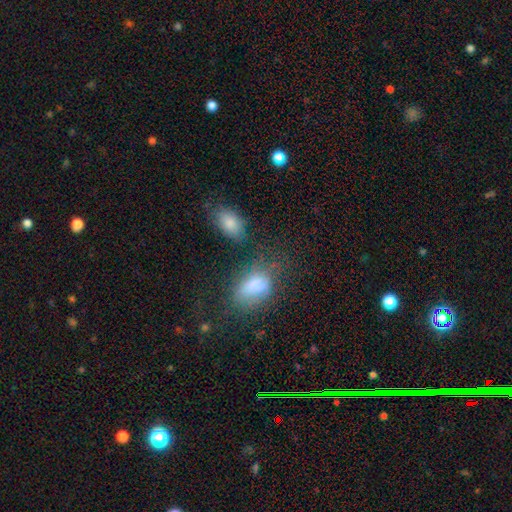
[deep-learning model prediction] This appears to be a smooth galaxy with no disk features (64%) that is in between round and cigar-shaped (85%). Merging: none (60%).